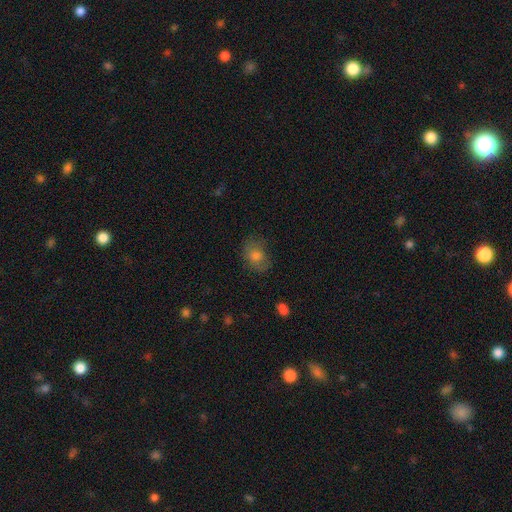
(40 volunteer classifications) smooth-or-featured: smooth: 72% | featured or disk: 22% | star or artifact: 5%
  how-rounded: in between: 72% | round: 28% | cigar-shaped: 0%
  merging: none: 74% | minor disturbance: 18% | major disturbance: 8% | merger: 0%